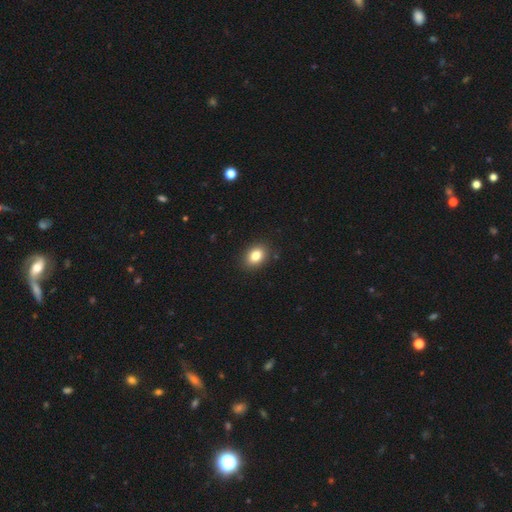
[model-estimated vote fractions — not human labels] This appears to be a smooth galaxy with no disk features (83%) that is in between round and cigar-shaped (72%). Merging: none (89%).